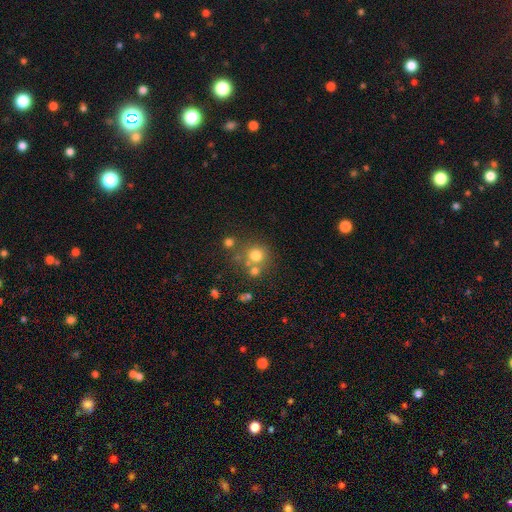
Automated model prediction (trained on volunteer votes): This is likely a smooth galaxy (71%). How rounded: clearly round (90%). Merging: likely none (62%).